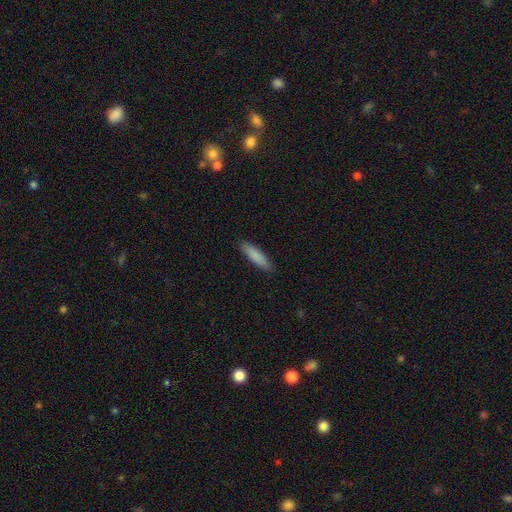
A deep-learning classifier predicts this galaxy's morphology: Smooth or featured? smooth (86%)
How rounded? cigar-shaped (77%)
Merging? none (89%)